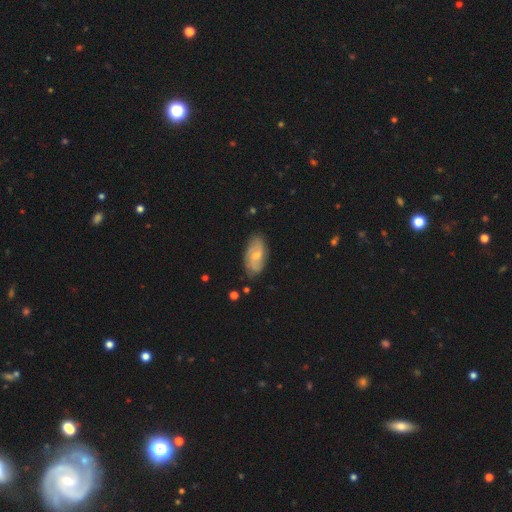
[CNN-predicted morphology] type=featured or disk (59%); edge-on=no (94%); bar=no (48%); spiral arms=yes (86%); bulge=moderate (47%); merging=none (74%).